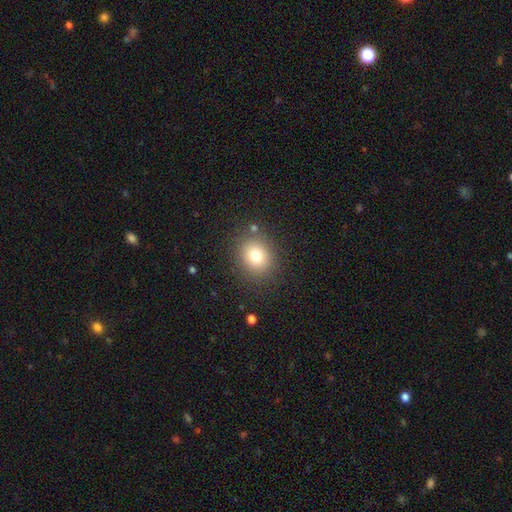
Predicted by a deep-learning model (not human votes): This is likely a smooth galaxy (77%). How rounded: likely round (72%). Merging: clearly none (85%).